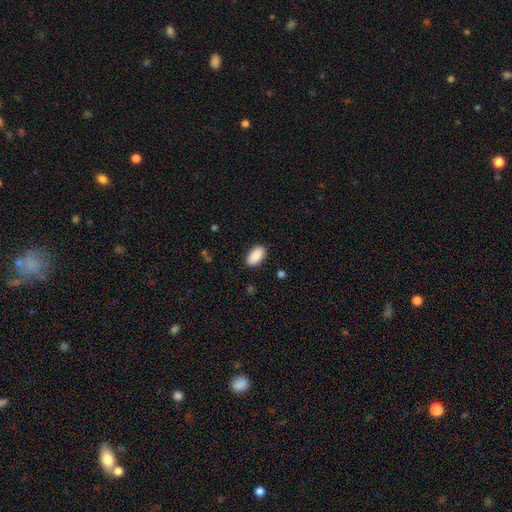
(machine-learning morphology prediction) This appears to be a smooth galaxy with no disk features (90%) that is in between round and cigar-shaped (94%). Merging: none (88%).